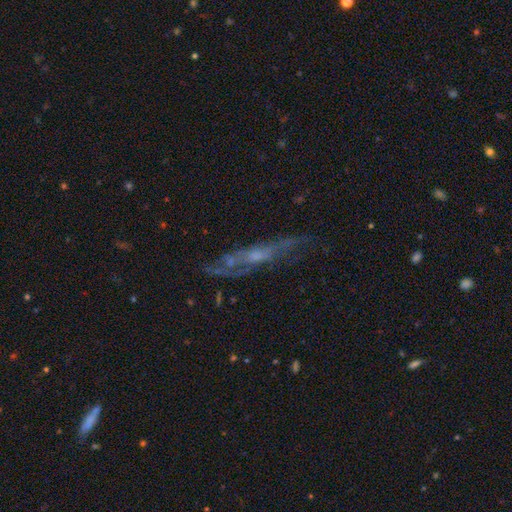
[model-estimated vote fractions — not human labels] Smooth or featured?
  - featured or disk: 67% *
  - smooth: 20%
  - star or artifact: 14%
Edge-on disk?
  - yes: 56% *
  - no: 44%
Merging?
  - none: 66% *
  - minor disturbance: 20%
  - major disturbance: 10%
  - merger: 3%